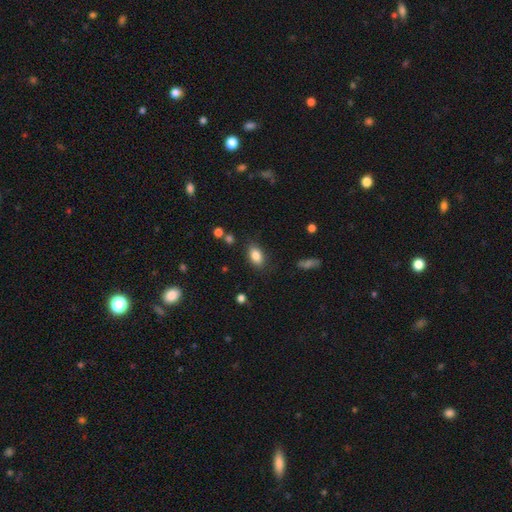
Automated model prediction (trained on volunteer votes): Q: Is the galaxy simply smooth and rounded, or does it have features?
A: smooth — 84%.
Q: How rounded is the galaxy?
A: in between — 87%.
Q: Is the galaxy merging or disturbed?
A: none — 81%.